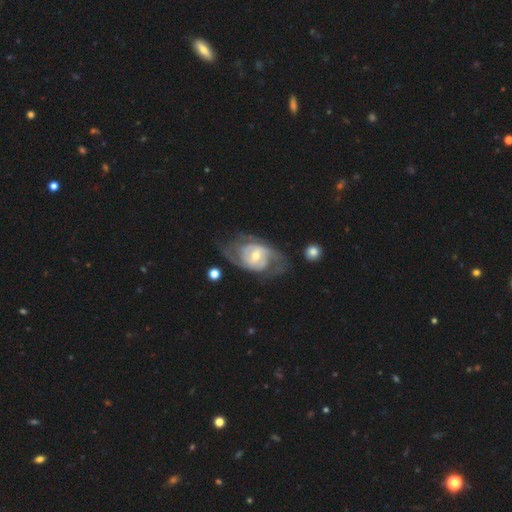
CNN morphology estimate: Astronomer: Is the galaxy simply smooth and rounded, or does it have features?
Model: featured or disk — 82%.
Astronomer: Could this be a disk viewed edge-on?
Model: no — 96%.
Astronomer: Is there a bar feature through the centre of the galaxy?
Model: weak — 52% (runner-up: no, 31%).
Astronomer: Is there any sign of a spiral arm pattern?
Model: yes — 90%.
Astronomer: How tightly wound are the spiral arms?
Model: medium — 45% (runner-up: tight, 36%).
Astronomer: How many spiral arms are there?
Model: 2 — 64%.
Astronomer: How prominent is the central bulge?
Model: moderate — 52% (runner-up: small, 40%).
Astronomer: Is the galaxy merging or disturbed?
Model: none — 54%.